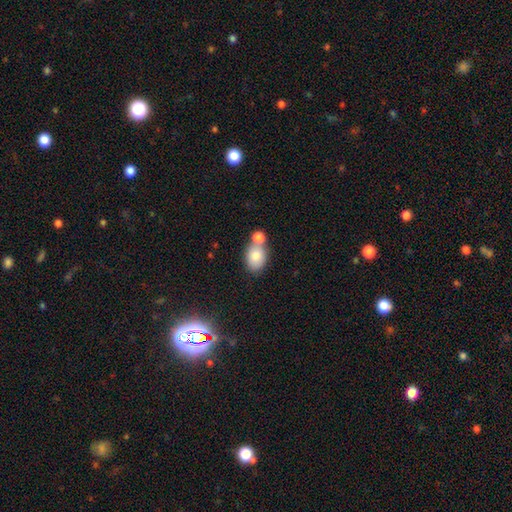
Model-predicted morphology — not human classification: Overall: smooth (79%). How rounded: in between (69%; round 30%). Merging: none (47%; merger 39%).